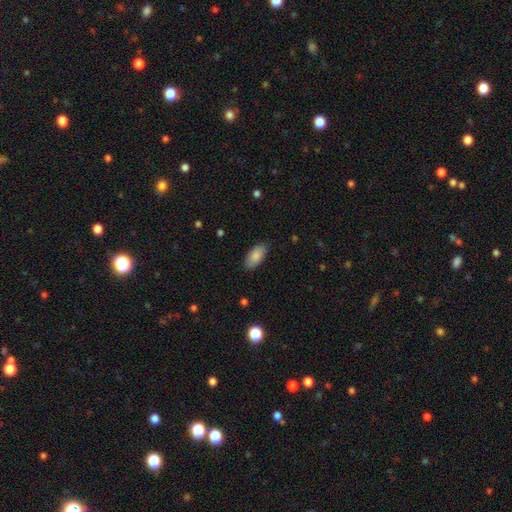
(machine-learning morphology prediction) This appears to be a smooth galaxy with no disk features (87%) that is in between round and cigar-shaped (92%). Merging: none (86%).